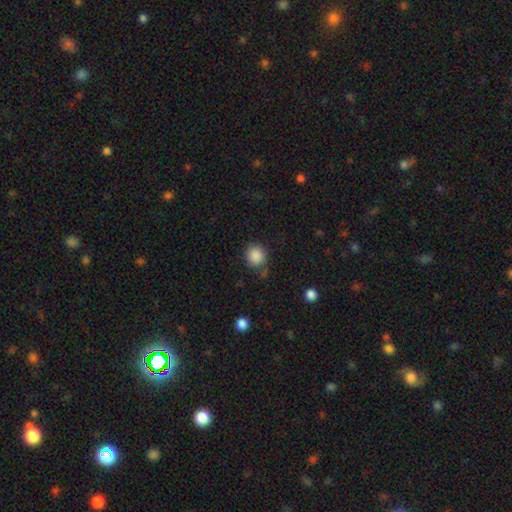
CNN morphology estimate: A smooth galaxy with no disk features (87%) that is round (88%).

Vote fractions:
- Smooth or featured? smooth: 87% / star or artifact: 9% / featured or disk: 4%
- How rounded? round: 88% / in between: 11% / cigar-shaped: 1%
- Merging? none: 77% / minor disturbance: 15% / major disturbance: 5% / merger: 4%